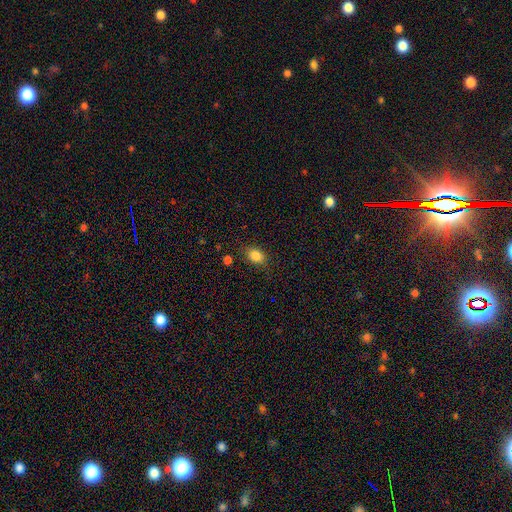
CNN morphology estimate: smooth_or_featured: smooth (p=0.85) [alt: star or artifact p=0.10]
how_rounded: in between (p=0.68) [alt: round p=0.30]
merging: none (p=0.80) [alt: minor disturbance p=0.14]